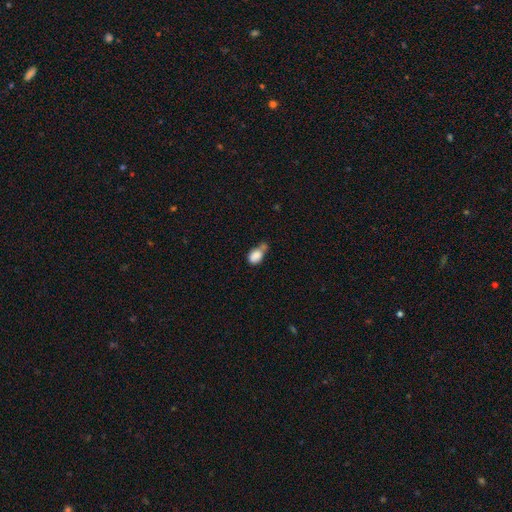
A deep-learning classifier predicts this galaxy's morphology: The model was most divided on "merging": merger: 33%, none: 32%, minor disturbance: 25%, major disturbance: 11%. More confident: smooth or featured — smooth (84%); how rounded — in between (76%).